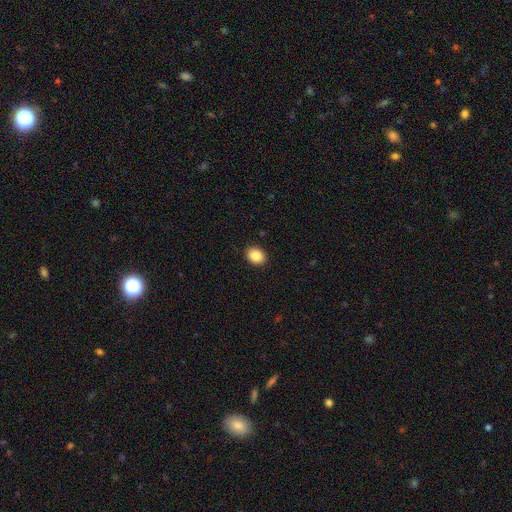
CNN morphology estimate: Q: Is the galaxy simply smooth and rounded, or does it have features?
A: smooth — 89%.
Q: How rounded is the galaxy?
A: in between — 52%.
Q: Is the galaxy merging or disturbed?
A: none — 90%.